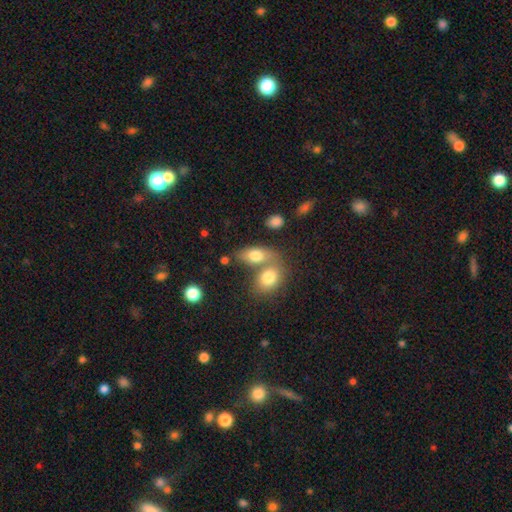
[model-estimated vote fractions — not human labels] A smooth galaxy with no disk features (75%) that is in between round and cigar-shaped (83%). Merging: merger (51%).